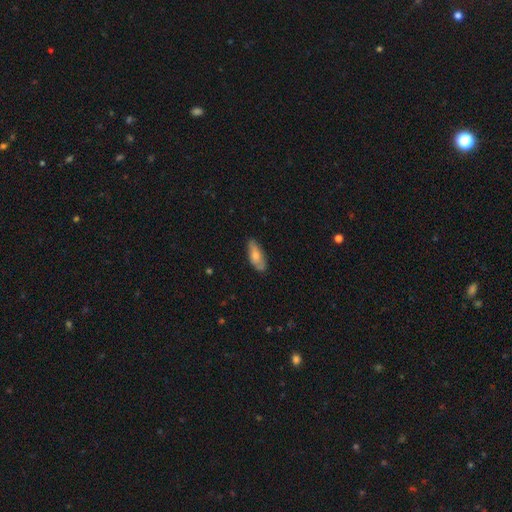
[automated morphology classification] A smooth galaxy with no disk features (68%) that is in between round and cigar-shaped (78%). Merging: none (77%).